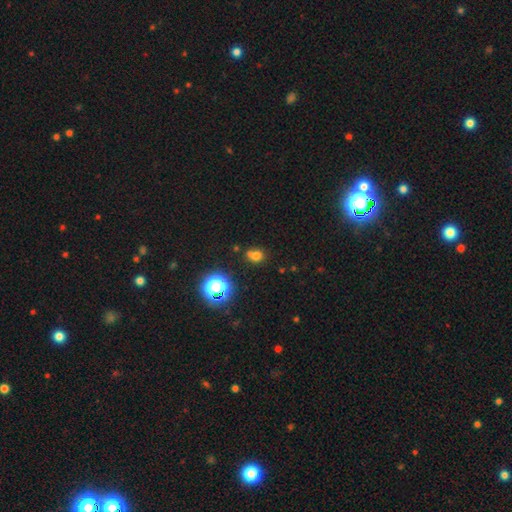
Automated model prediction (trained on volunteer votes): smooth-or-featured: smooth: 68% | star or artifact: 21% | featured or disk: 11%
  how-rounded: round: 70% | in between: 29% | cigar-shaped: 1%
  merging: none: 48% | merger: 36% | minor disturbance: 12% | major disturbance: 5%